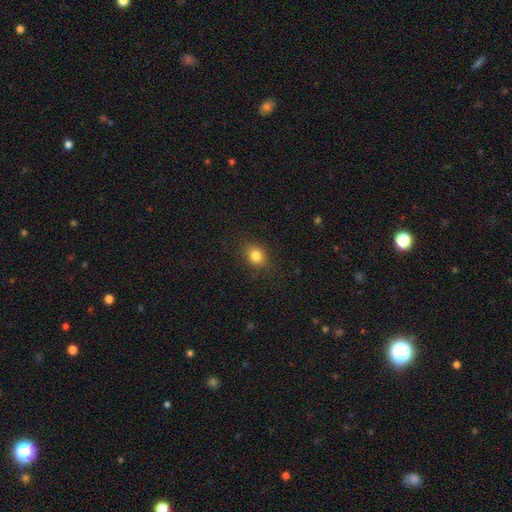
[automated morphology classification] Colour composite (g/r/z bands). It shows a smooth galaxy with no disk features (82%) that is round (53%). Merging: none (86%).